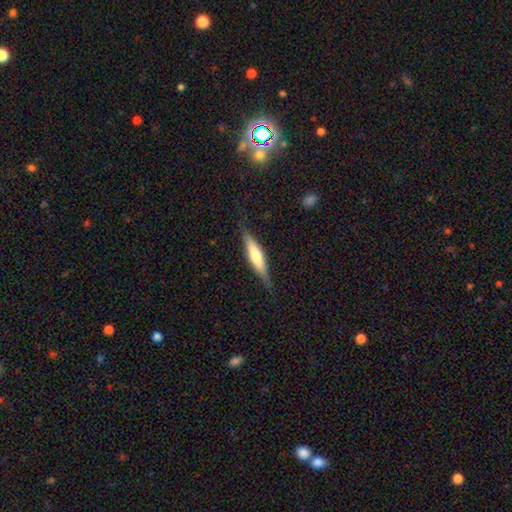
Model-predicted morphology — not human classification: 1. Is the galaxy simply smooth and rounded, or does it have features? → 47% smooth (tied), 47% featured or disk (tied), 6% star or artifact.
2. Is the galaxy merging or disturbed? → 80% none, 15% minor disturbance, 4% major disturbance, 1% merger.